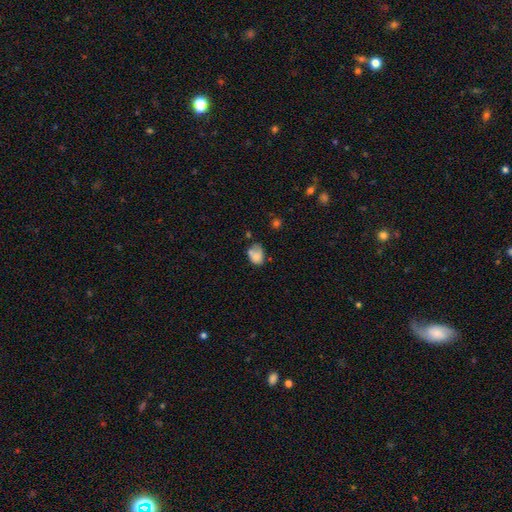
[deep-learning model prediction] Smooth or featured: smooth — 74% (featured or disk — 16%)
How rounded: in between — 67% (round — 32%)
Merging: none — 37% (minor disturbance — 30%)